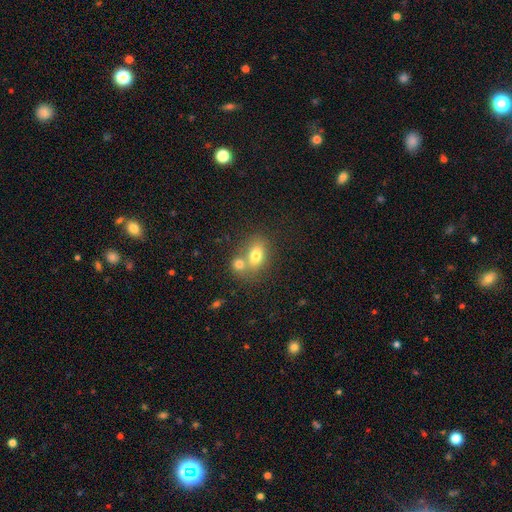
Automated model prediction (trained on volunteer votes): Morphology: type=smooth (75%); roundness=in between (71%); merging=merger (49%).